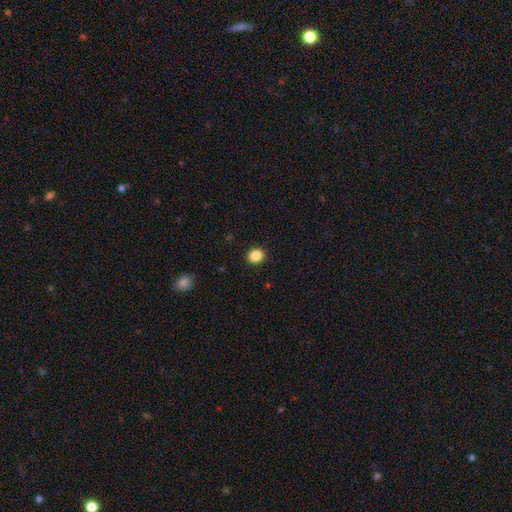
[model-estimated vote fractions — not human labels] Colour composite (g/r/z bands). It shows a smooth galaxy with no disk features (87%) that is round (83%). Merging: none (92%).